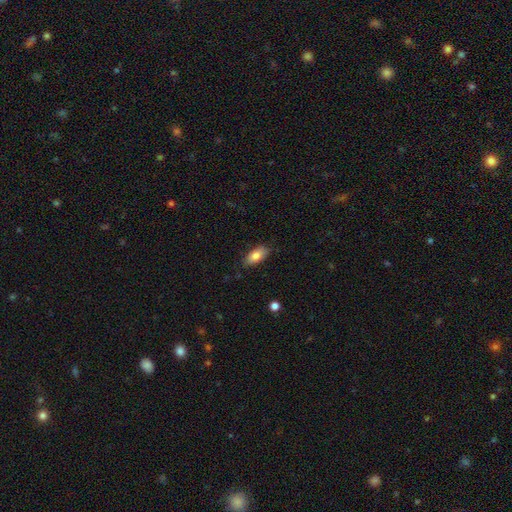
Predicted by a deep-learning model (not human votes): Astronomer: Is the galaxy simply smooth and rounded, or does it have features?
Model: smooth — 81%.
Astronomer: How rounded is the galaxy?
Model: in between — 87%.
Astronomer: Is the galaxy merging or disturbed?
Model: none — 82%.